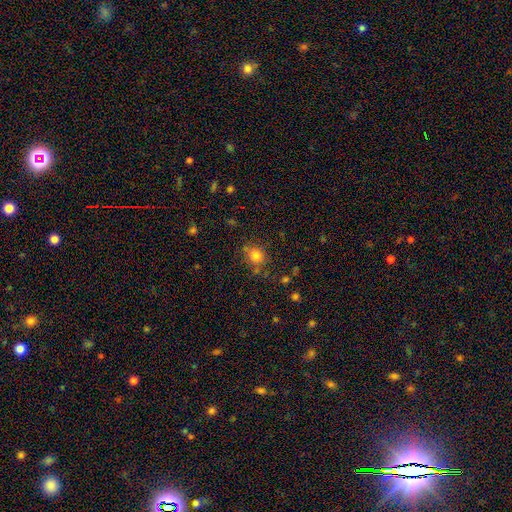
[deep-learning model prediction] A smooth galaxy with no disk features (79%) that is round (77%).

Vote fractions:
- Smooth or featured? smooth: 79% / star or artifact: 14% / featured or disk: 7%
- How rounded? round: 77% / in between: 22% / cigar-shaped: 1%
- Merging? none: 73% / minor disturbance: 16% / merger: 6% / major disturbance: 5%